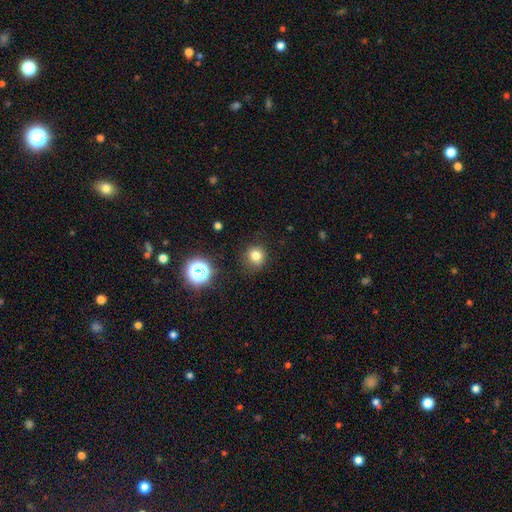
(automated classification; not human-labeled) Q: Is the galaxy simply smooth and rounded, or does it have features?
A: smooth — 78%.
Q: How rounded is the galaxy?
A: round — 88%.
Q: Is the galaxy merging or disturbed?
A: none — 84%.